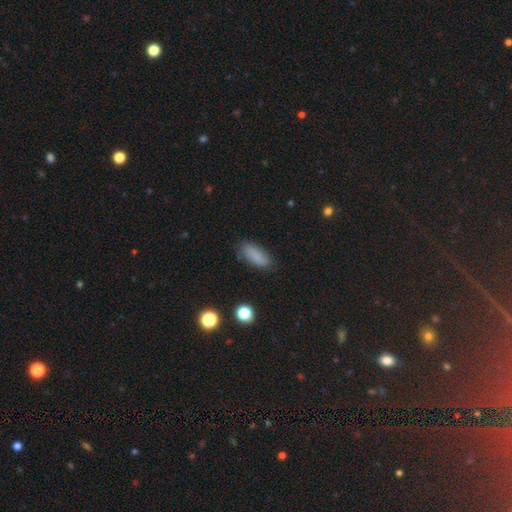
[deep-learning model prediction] A smooth galaxy with no disk features (82%) that is in between round and cigar-shaped (76%). Merging: none (78%).